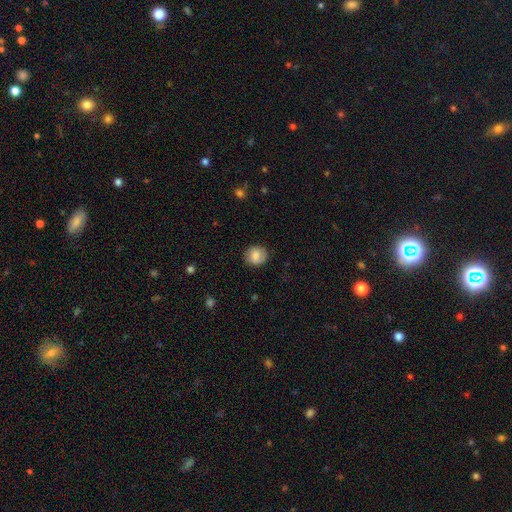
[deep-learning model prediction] Q: Smooth or featured?
A: smooth (77%); runner-up: featured or disk (15%)
Q: How rounded?
A: round (83%); runner-up: in between (16%)
Q: Merging?
A: none (84%); runner-up: minor disturbance (11%)